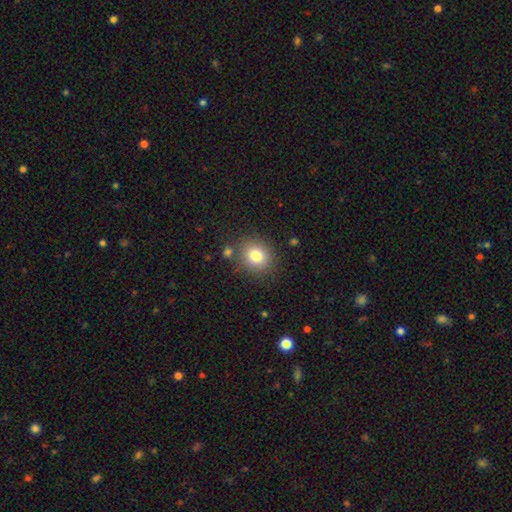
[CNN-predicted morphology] smooth_or_featured: smooth (p=0.80) [alt: star or artifact p=0.11]
how_rounded: round (p=0.78) [alt: in between p=0.22]
merging: none (p=0.82) [alt: minor disturbance p=0.10]